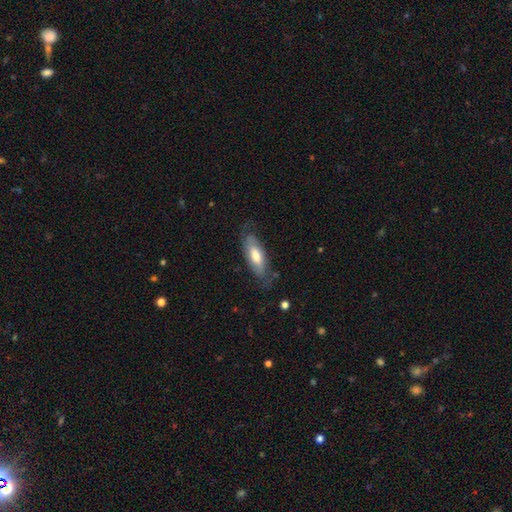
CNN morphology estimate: This is possibly a smooth galaxy (54%). How rounded: likely in between (67%). Merging: likely none (68%).